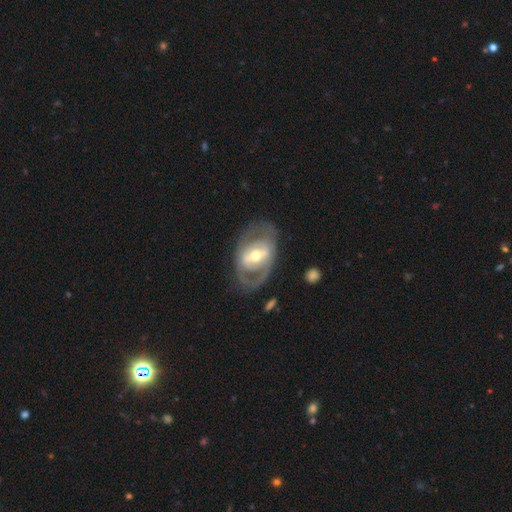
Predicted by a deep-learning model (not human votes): Morphology: type=featured or disk (76%); edge-on=no (94%); bar=strong (48%); spiral arms=yes (59%); bulge=moderate (67%); merging=none (66%).